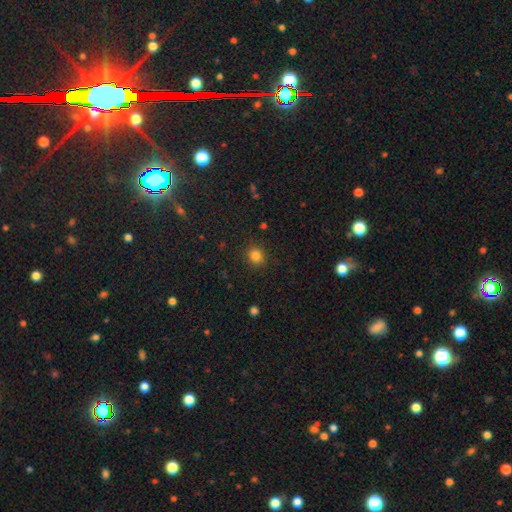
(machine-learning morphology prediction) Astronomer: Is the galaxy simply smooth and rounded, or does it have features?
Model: smooth — 83%.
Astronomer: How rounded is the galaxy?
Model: round — 84%.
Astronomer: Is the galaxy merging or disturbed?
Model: none — 89%.